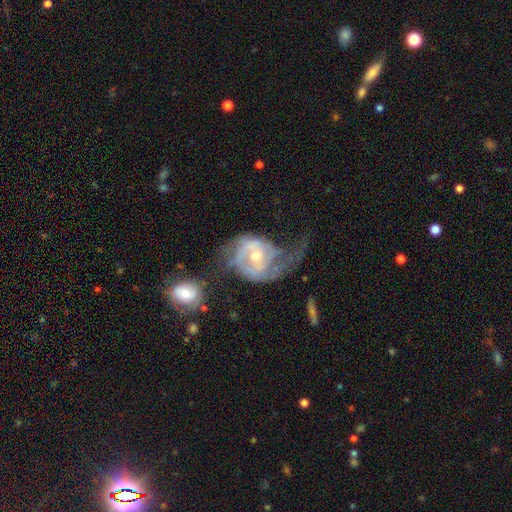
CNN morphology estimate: This appears to be a featured or disk galaxy (78%) with no bar (55%), 2 (52%) medium (38%) spiral arms (80%) and a moderate central bulge (54%). Merging: major disturbance (48%).